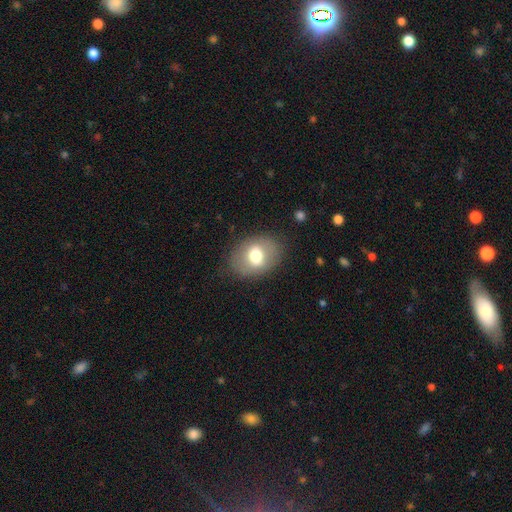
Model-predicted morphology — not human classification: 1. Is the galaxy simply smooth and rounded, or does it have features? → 66% smooth, 26% featured or disk, 8% star or artifact.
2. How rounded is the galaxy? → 69% in between, 30% round, 1% cigar-shaped.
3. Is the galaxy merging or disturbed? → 81% none, 13% minor disturbance, 6% major disturbance, 1% merger.